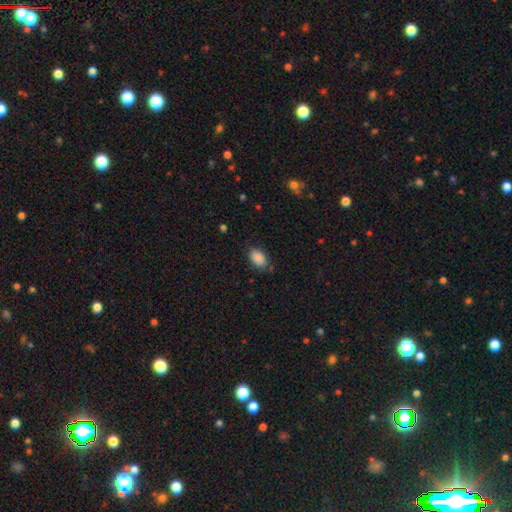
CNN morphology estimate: Smooth or featured? Predicted: smooth (p=0.87). How rounded? Predicted: in between (p=0.90). Merging? Predicted: none (p=0.78).